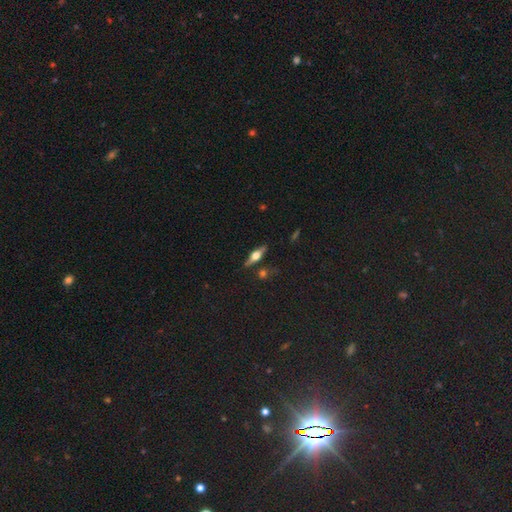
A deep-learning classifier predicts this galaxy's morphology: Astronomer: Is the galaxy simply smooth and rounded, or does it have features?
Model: featured or disk — 67%.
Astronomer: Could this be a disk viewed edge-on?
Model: yes — 95%.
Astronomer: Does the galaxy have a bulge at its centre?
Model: rounded — 94%.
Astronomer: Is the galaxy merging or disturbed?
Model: none — 83%.